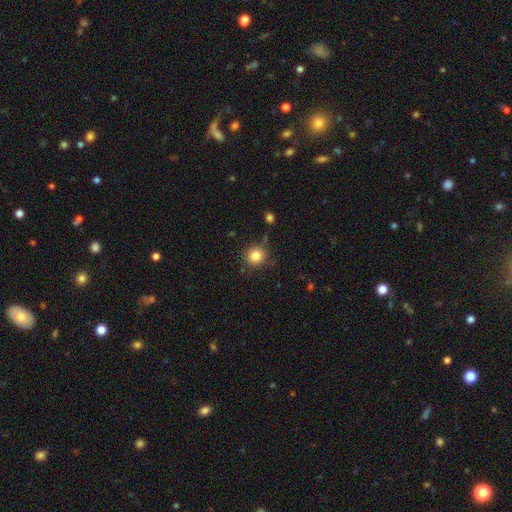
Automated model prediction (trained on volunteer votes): smooth-or-featured: smooth: 83% | star or artifact: 11% | featured or disk: 5%
  how-rounded: round: 91% | in between: 8% | cigar-shaped: 1%
  merging: none: 83% | minor disturbance: 10% | merger: 3% | major disturbance: 3%